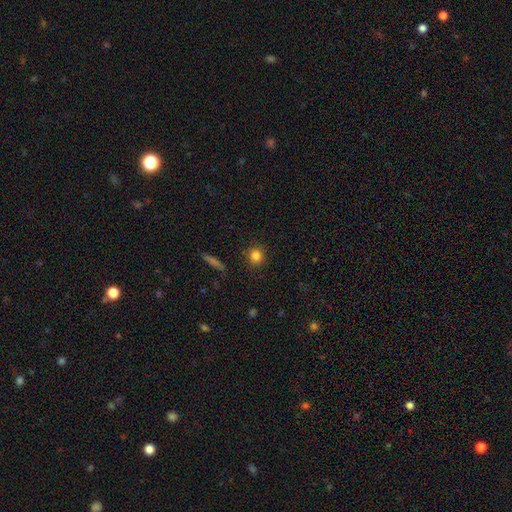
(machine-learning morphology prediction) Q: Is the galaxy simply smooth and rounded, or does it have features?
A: smooth — 83%.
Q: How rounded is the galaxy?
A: round — 89%.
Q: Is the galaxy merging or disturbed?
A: none — 88%.